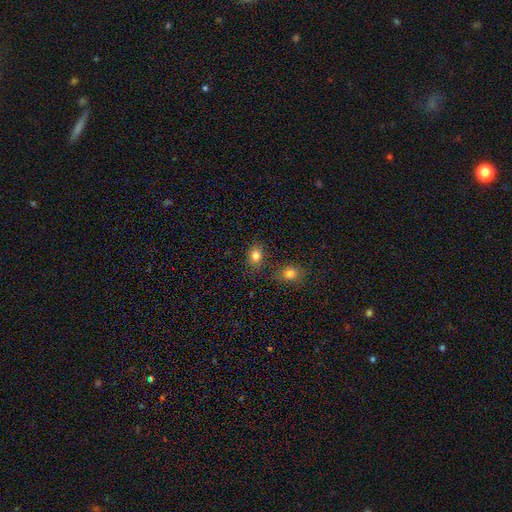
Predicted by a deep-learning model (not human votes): Smooth or featured? Predicted: smooth (p=0.80). How rounded? Predicted: round (p=0.55). Merging? Predicted: none (p=0.76).